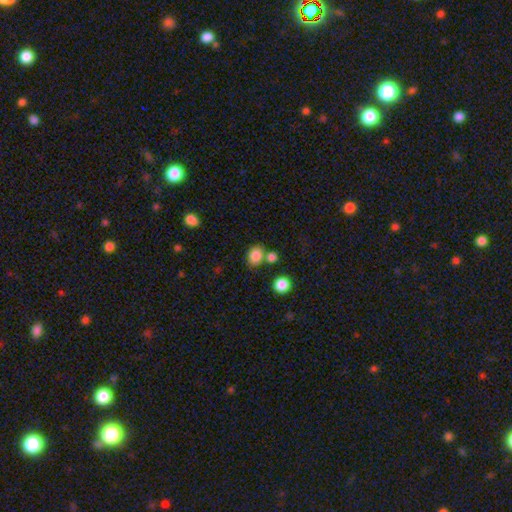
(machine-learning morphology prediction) A smooth galaxy with no disk features (83%) that is in between round and cigar-shaped (53%). Merging: none (63%).